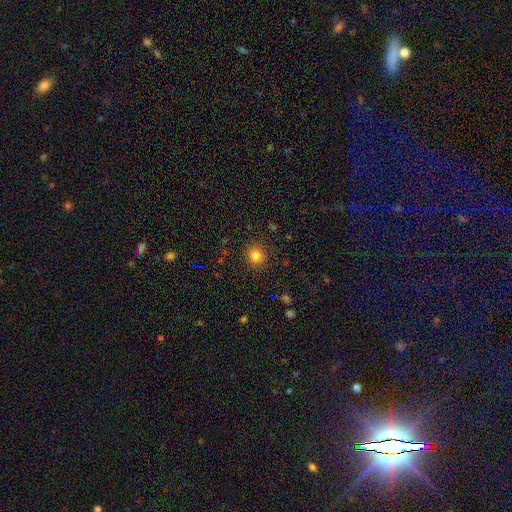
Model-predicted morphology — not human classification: A smooth galaxy with no disk features (82%) that is round (90%).

Vote fractions:
- Smooth or featured? smooth: 82% / star or artifact: 13% / featured or disk: 5%
- How rounded? round: 90% / in between: 9% / cigar-shaped: 1%
- Merging? none: 89% / minor disturbance: 7% / major disturbance: 3% / merger: 1%